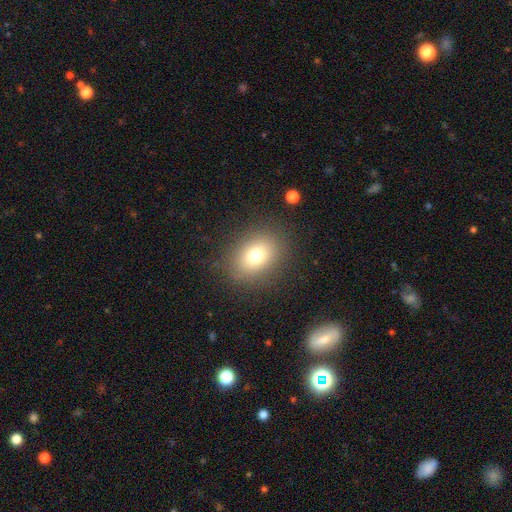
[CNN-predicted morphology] Smooth or featured? Predicted: smooth (p=0.73). How rounded? Predicted: in between (p=0.55). Merging? Predicted: none (p=0.85).